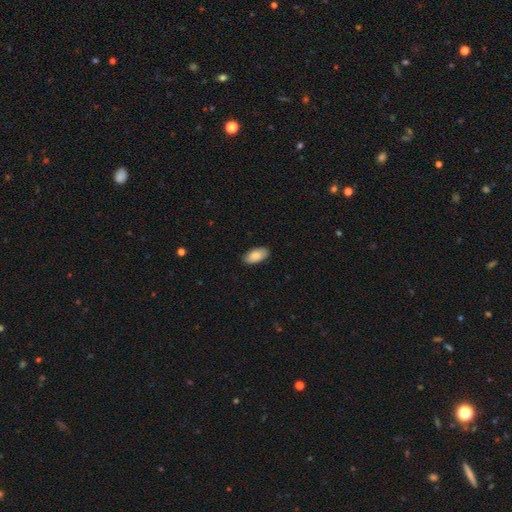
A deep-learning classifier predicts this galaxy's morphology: smooth 86%, featured or disk 8%, star or artifact 6%. Down the decision tree: how rounded — in between (94%); merging — none (87%).